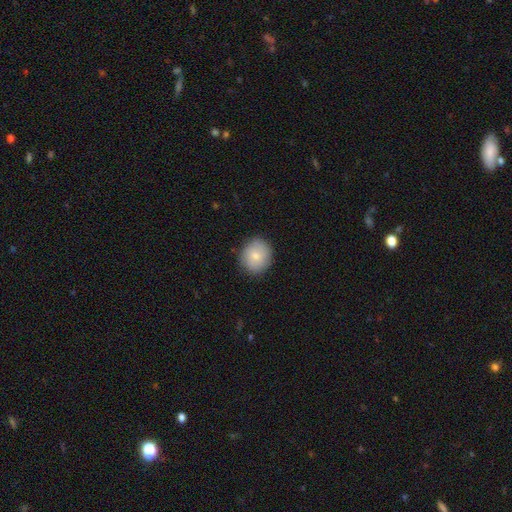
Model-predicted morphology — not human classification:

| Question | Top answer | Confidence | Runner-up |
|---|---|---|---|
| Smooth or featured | smooth | 79% | featured or disk (14%) |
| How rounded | round | 78% | in between (21%) |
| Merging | none | 86% | minor disturbance (10%) |